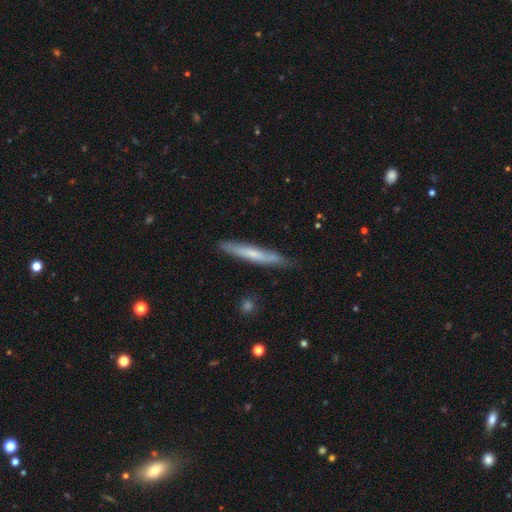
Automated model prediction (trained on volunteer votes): Smooth or featured? featured or disk (50%)
Merging? none (86%)